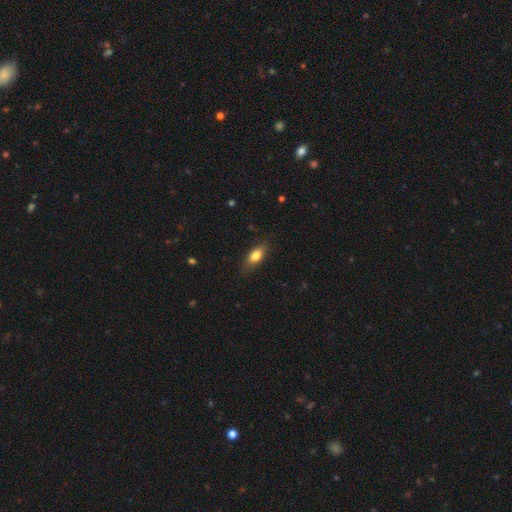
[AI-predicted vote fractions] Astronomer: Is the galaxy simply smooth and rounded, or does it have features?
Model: smooth — 76%.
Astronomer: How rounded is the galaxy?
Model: in between — 76%.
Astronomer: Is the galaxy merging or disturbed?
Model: none — 80%.